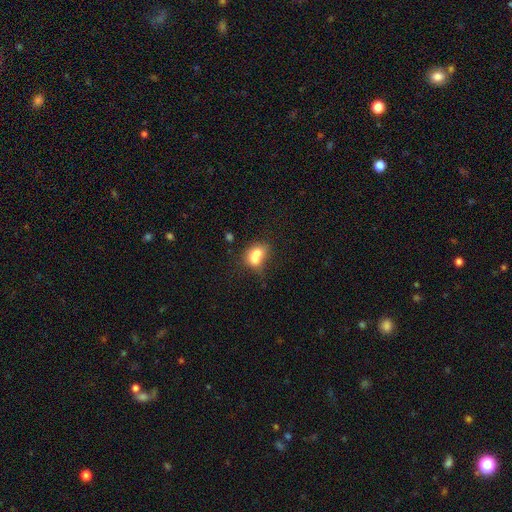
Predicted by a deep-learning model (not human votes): This appears to be a smooth galaxy with no disk features (69%) that is in between round and cigar-shaped (57%). Merging: merger (61%).